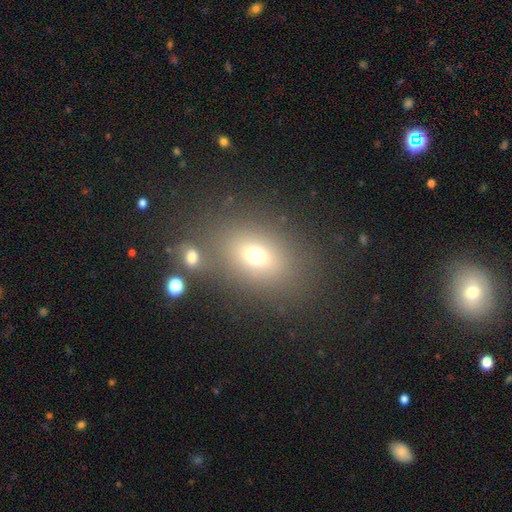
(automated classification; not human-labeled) Morphology: type=smooth (68%); roundness=in between (68%); merging=none (74%).